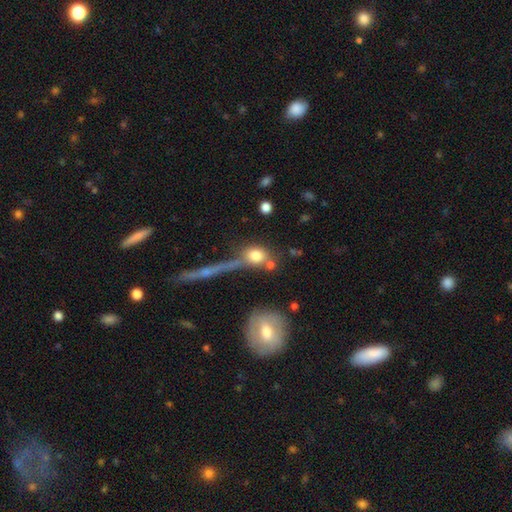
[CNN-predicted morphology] smooth-or-featured: smooth: 75% | featured or disk: 13% | star or artifact: 11%
  how-rounded: round: 62% | in between: 31% | cigar-shaped: 6%
  merging: none: 54% | merger: 24% | minor disturbance: 14% | major disturbance: 8%